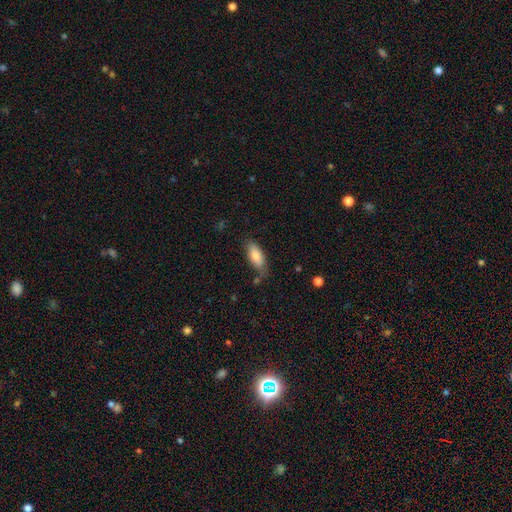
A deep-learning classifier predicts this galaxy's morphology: The model was most divided on "merging": none: 70%, minor disturbance: 21%, merger: 5%, major disturbance: 5%. More confident: how rounded — in between (82%); smooth or featured — smooth (80%).